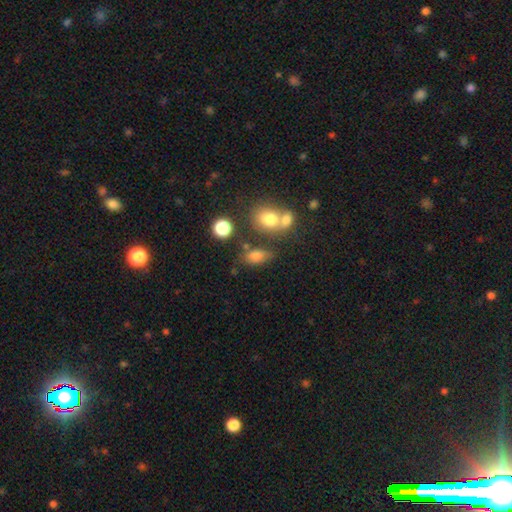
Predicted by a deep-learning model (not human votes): A smooth galaxy with no disk features (76%) that is in between round and cigar-shaped (76%). Merging: none (56%).